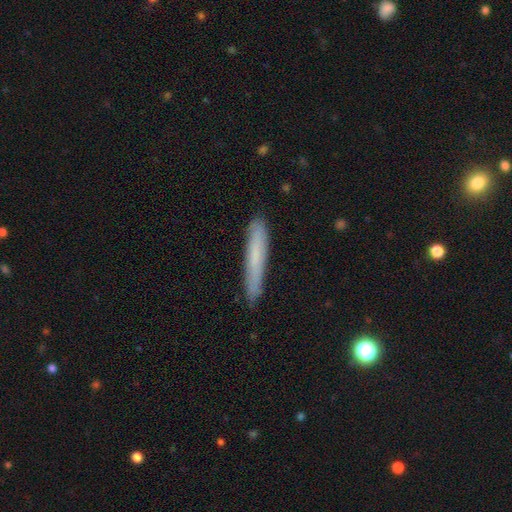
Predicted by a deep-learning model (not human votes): smooth-or-featured: smooth: 67% | featured or disk: 26% | star or artifact: 7%
  how-rounded: cigar-shaped: 95% | in between: 4% | round: 1%
  merging: none: 86% | minor disturbance: 11% | major disturbance: 2% | merger: 1%